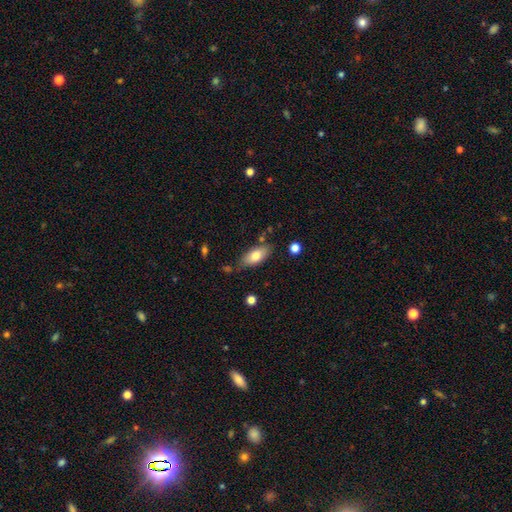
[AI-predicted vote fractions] Morphology: type=smooth (77%); roundness=in between (86%); merging=none (75%).